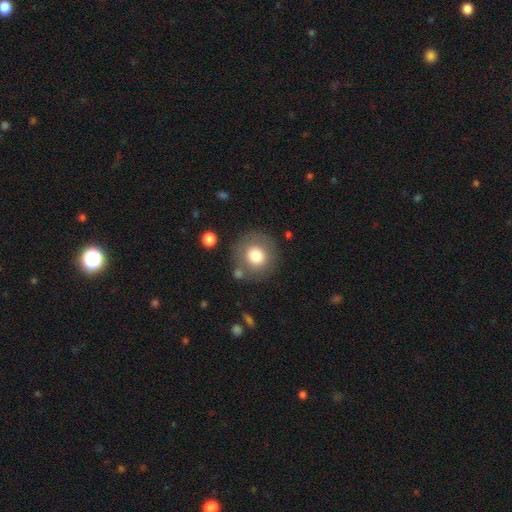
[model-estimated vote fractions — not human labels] A smooth galaxy with no disk features (76%) that is round (92%). Merging: none (79%).